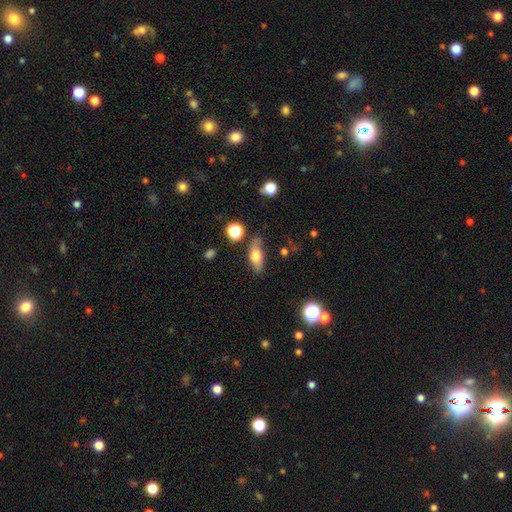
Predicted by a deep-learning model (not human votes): This is likely a smooth galaxy (67%). How rounded: likely in between (71%). Merging: likely none (68%).